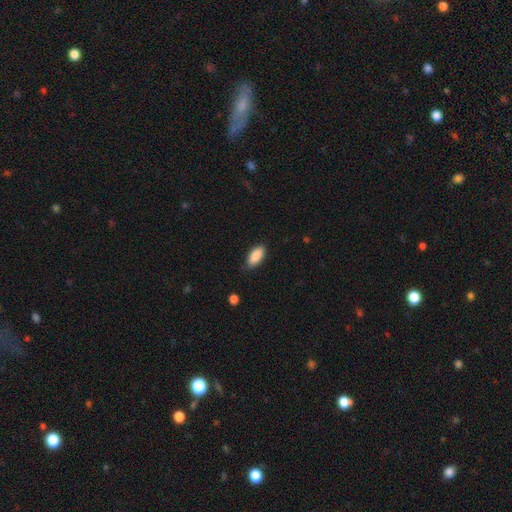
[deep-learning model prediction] A smooth galaxy with no disk features (88%) that is in between round and cigar-shaped (90%). Merging: none (78%).